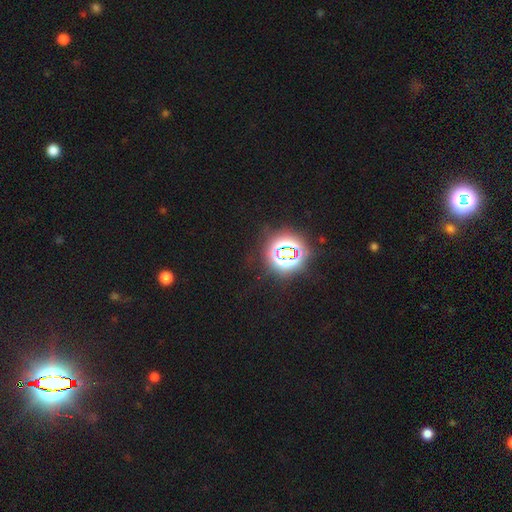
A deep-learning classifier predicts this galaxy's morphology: smooth_or_featured: star or artifact (p=0.80) [alt: smooth p=0.14]